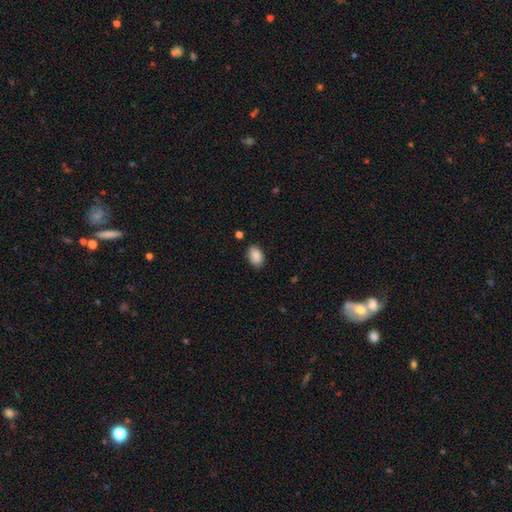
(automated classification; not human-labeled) smooth 89%, star or artifact 7%, featured or disk 3%. Down the decision tree: how rounded — in between (90%); merging — none (84%).